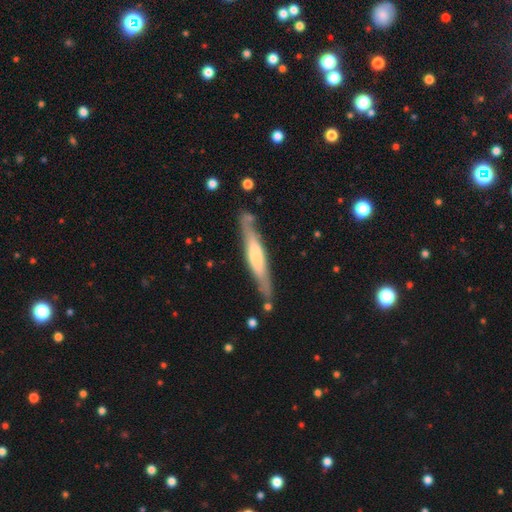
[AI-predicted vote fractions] smooth-or-featured: featured or disk: 53% | smooth: 42% | star or artifact: 5%
  disk-edge-on: yes: 90% | no: 10%
  merging: none: 78% | minor disturbance: 15% | merger: 4% | major disturbance: 3%